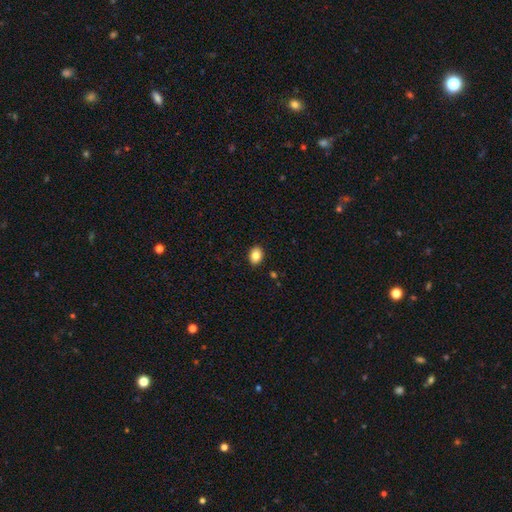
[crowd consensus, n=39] A smooth galaxy with no disk features (85%) that is in between round and cigar-shaped (76%). Merging: none (84%).